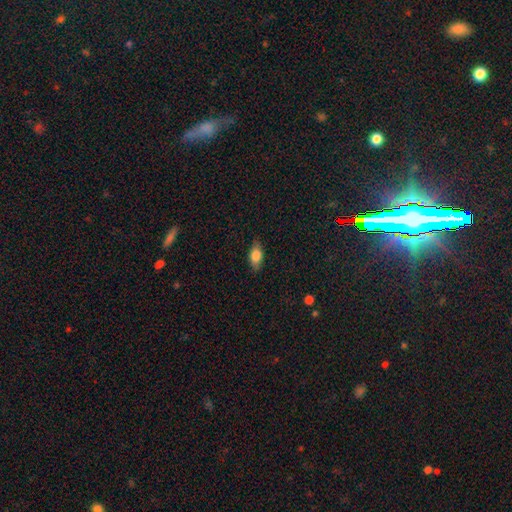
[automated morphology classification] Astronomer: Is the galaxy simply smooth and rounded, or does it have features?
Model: smooth — 76%.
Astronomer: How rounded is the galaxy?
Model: in between — 83%.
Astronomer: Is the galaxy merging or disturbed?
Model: none — 83%.